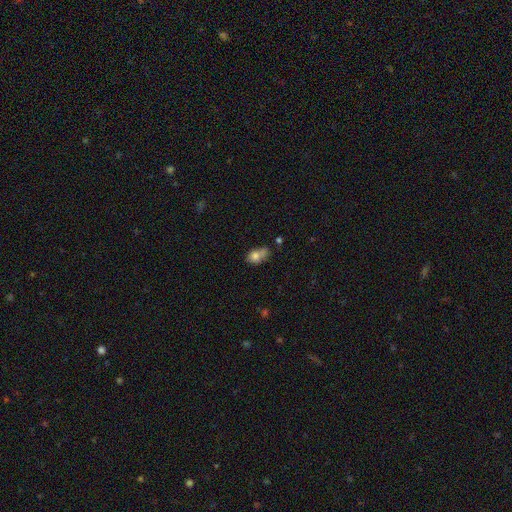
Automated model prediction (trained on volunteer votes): A smooth galaxy with no disk features (75%) that is in between round and cigar-shaped (70%).

Vote fractions:
- Smooth or featured? smooth: 75% / featured or disk: 14% / star or artifact: 11%
- How rounded? in between: 70% / round: 28% / cigar-shaped: 2%
- Merging? none: 33% / minor disturbance: 30% / merger: 22% / major disturbance: 15%